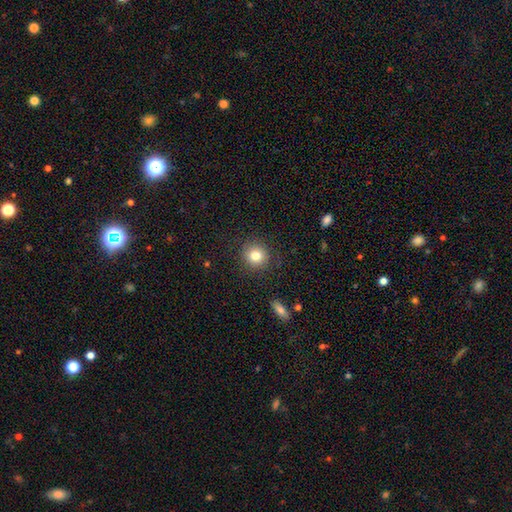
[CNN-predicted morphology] smooth 82%, star or artifact 10%, featured or disk 8%. Down the decision tree: how rounded — round (91%); merging — none (88%).